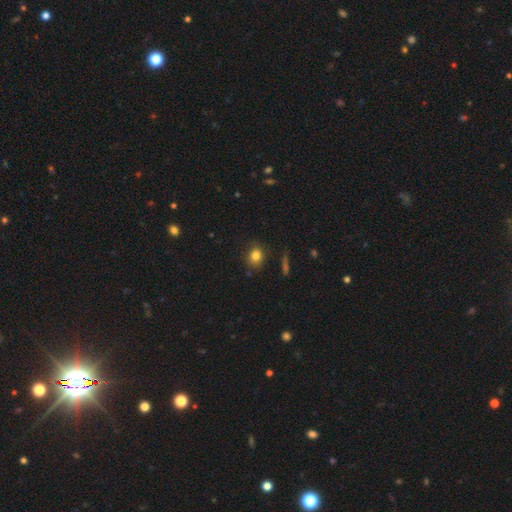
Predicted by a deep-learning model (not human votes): smooth 81%, star or artifact 11%, featured or disk 7%. Down the decision tree: how rounded — round (59%); merging — none (78%).